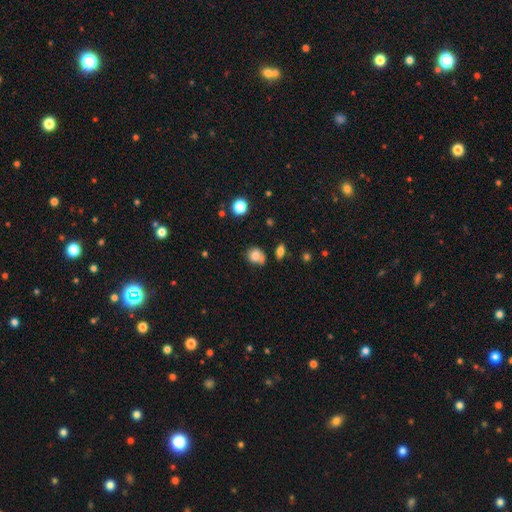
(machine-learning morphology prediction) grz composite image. It shows a smooth galaxy with no disk features (75%) that is round (57%). Merging: none (50%).